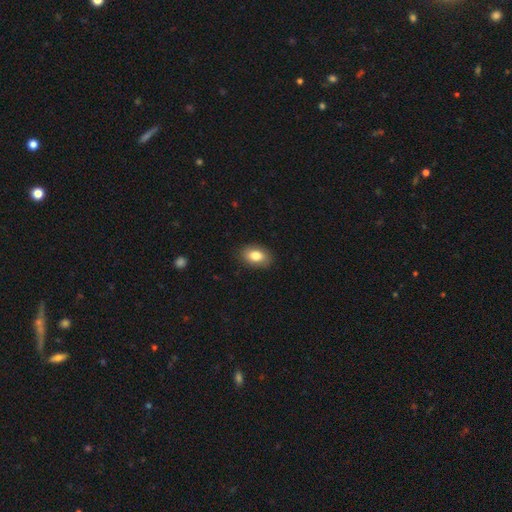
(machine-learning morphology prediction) This appears to be a smooth galaxy with no disk features (83%) that is in between round and cigar-shaped (86%). Merging: none (87%).